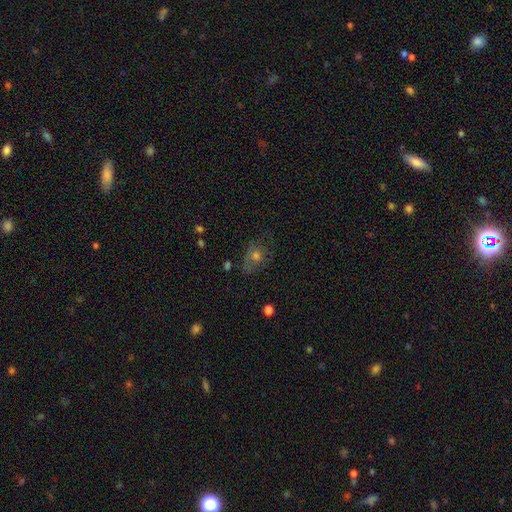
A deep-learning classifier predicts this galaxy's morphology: This is possibly a smooth galaxy (49%). Merging: likely none (60%).